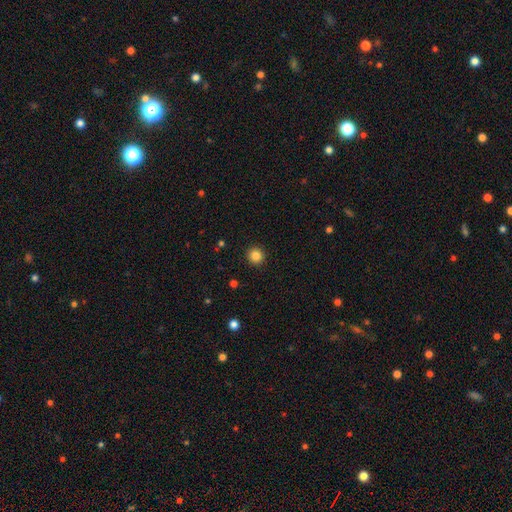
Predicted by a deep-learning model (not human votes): Smooth or featured? Predicted: smooth (p=0.85). How rounded? Predicted: round (p=0.94). Merging? Predicted: none (p=0.93).